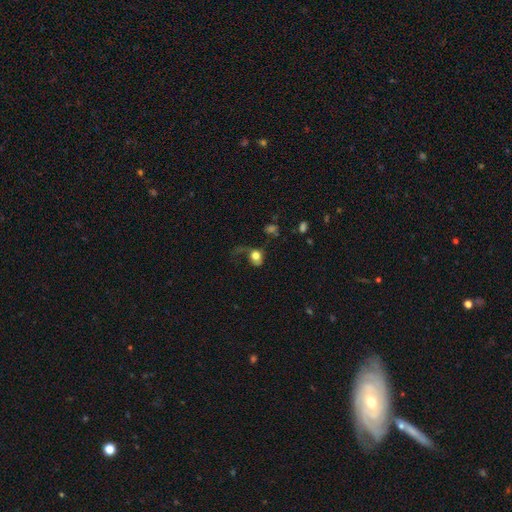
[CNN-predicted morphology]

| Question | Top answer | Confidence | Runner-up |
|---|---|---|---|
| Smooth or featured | smooth | 72% | featured or disk (18%) |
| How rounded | round | 60% | in between (38%) |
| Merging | major disturbance | 45% | none (30%) |